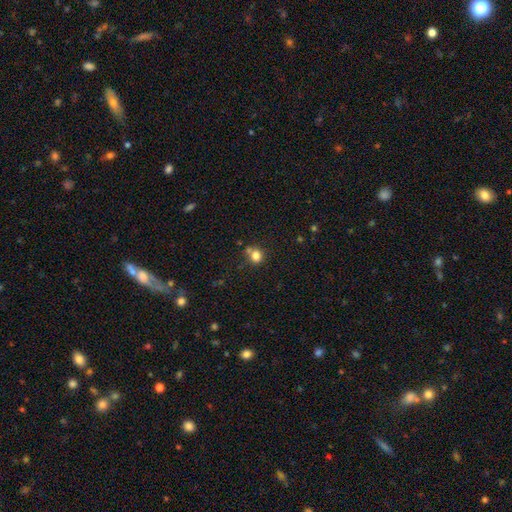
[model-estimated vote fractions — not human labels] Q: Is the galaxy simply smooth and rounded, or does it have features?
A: smooth — 79%.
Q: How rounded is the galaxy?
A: round — 76%.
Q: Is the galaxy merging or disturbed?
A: none — 59%.